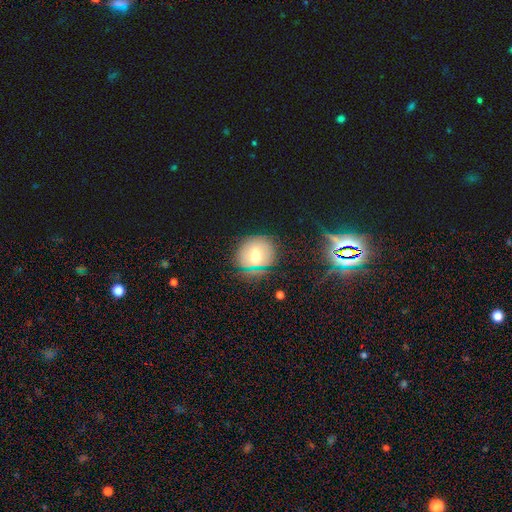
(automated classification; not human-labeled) smooth-or-featured: smooth: 61% | featured or disk: 20% | star or artifact: 20%
  how-rounded: round: 80% | in between: 19% | cigar-shaped: 1%
  merging: none: 80% | minor disturbance: 13% | major disturbance: 4% | merger: 3%